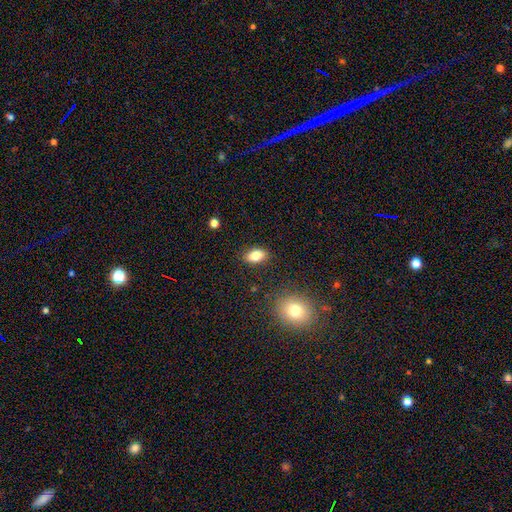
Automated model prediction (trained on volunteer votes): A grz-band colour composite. It shows a smooth galaxy with no disk features (82%) that is in between round and cigar-shaped (89%). Merging: none (87%).